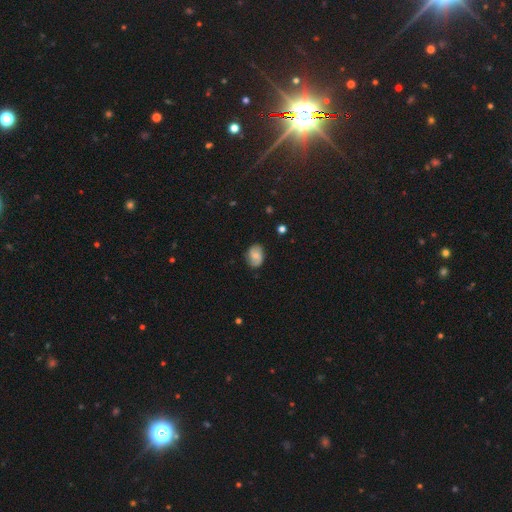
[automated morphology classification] Smooth or featured? Predicted: smooth (p=0.59). How rounded? Predicted: in between (p=0.72). Merging? Predicted: none (p=0.79).